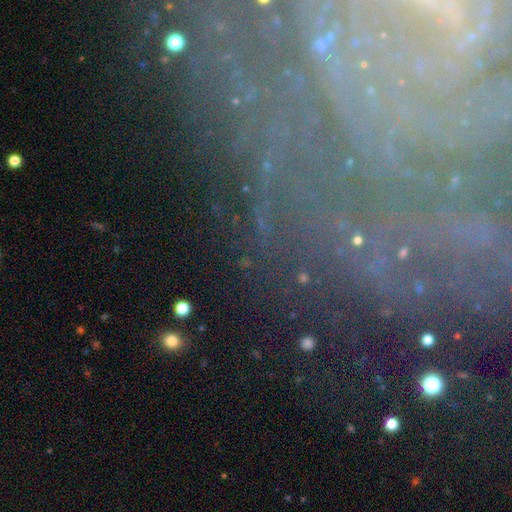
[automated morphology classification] Smooth or featured? featured or disk (54%)
Edge-on disk? no (84%)
Merging? none (77%)